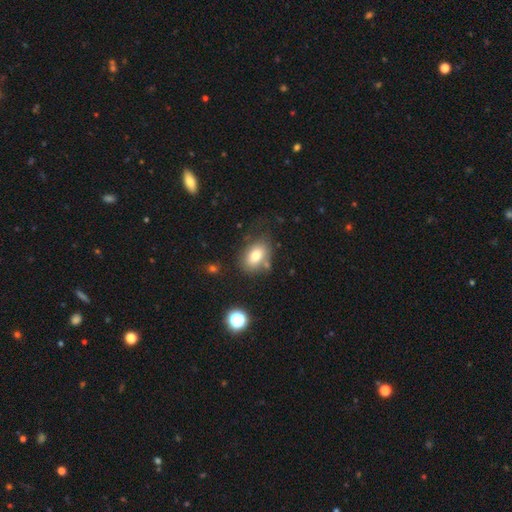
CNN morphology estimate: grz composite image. It shows a smooth galaxy with no disk features (78%) that is in between round and cigar-shaped (81%). Merging: none (68%).